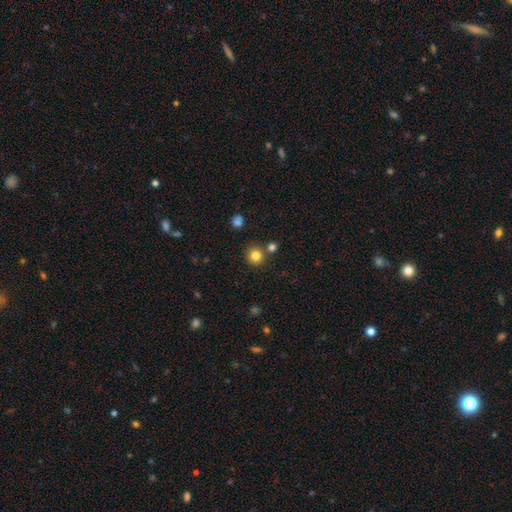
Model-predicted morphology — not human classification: Smooth or featured? Predicted: smooth (p=0.82). How rounded? Predicted: round (p=0.91). Merging? Predicted: none (p=0.81).